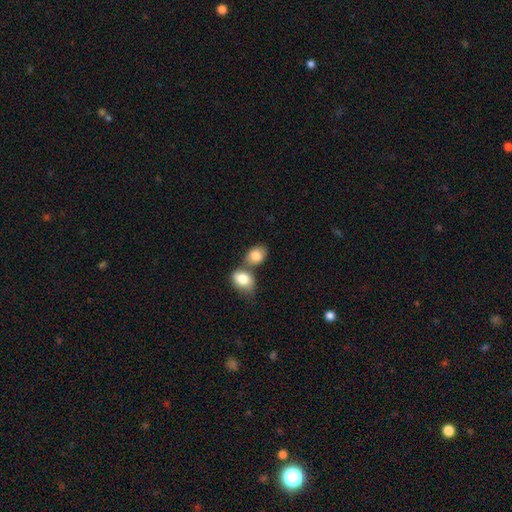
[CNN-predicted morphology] smooth-or-featured: smooth: 83% | featured or disk: 10% | star or artifact: 7%
  how-rounded: in between: 68% | round: 30% | cigar-shaped: 1%
  merging: merger: 46% | none: 39% | minor disturbance: 11% | major disturbance: 4%